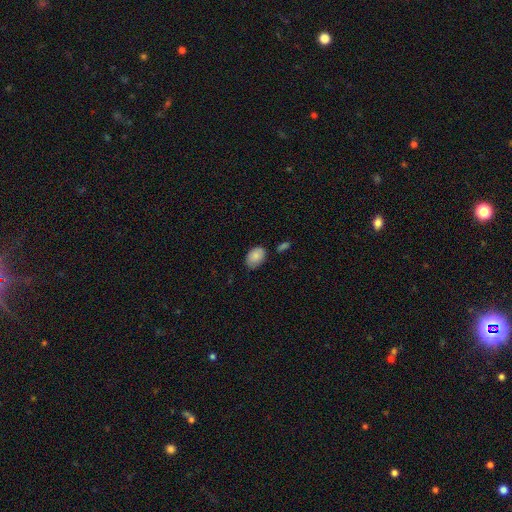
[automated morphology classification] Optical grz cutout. It shows a smooth galaxy with no disk features (83%) that is in between round and cigar-shaped (85%). Merging: none (73%).